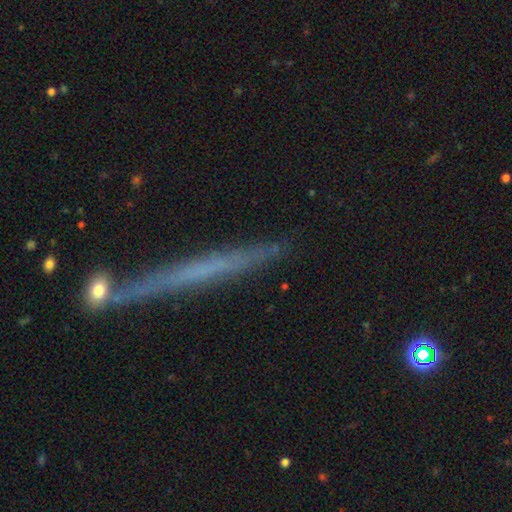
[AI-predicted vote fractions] This appears to be a featured or disk galaxy (50%). Merging: none (81%).